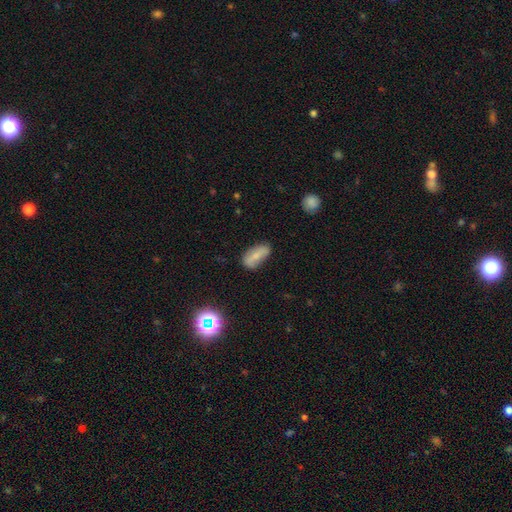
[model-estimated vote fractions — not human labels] Q: Smooth or featured?
A: smooth (65%); runner-up: featured or disk (26%)
Q: How rounded?
A: in between (84%); runner-up: cigar-shaped (12%)
Q: Merging?
A: none (68%); runner-up: minor disturbance (24%)